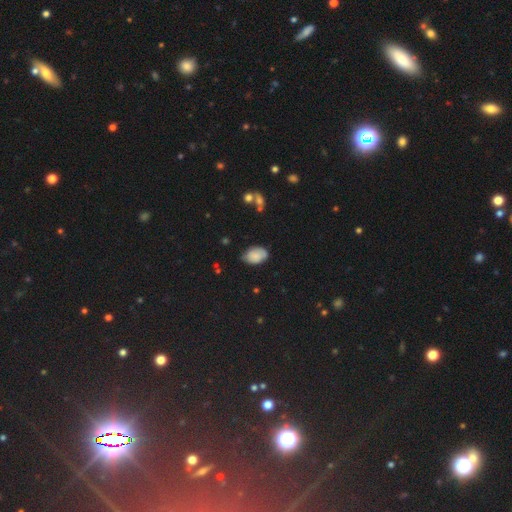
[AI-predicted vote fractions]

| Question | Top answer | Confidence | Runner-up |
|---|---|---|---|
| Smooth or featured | smooth | 80% | featured or disk (12%) |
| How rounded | in between | 89% | round (10%) |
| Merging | none | 65% | minor disturbance (28%) |